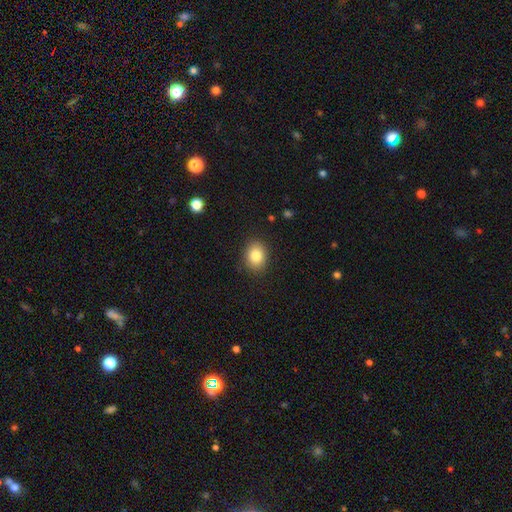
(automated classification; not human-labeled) A smooth galaxy with no disk features (83%) that is in between round and cigar-shaped (52%). Merging: none (88%).